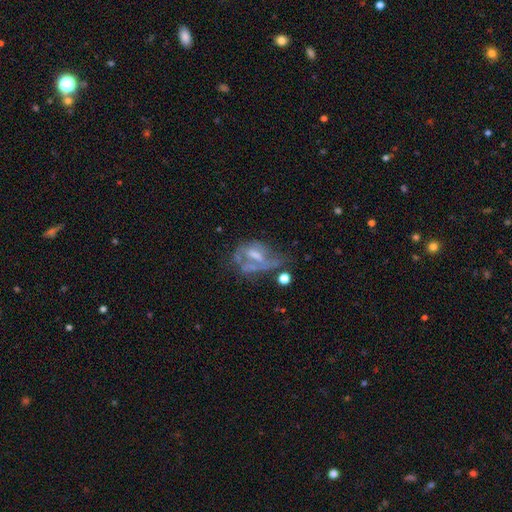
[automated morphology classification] A featured or disk galaxy (59%) with no bar (46%), no spiral arms (67%) and no central bulge (35%). Merging: major disturbance (40%).